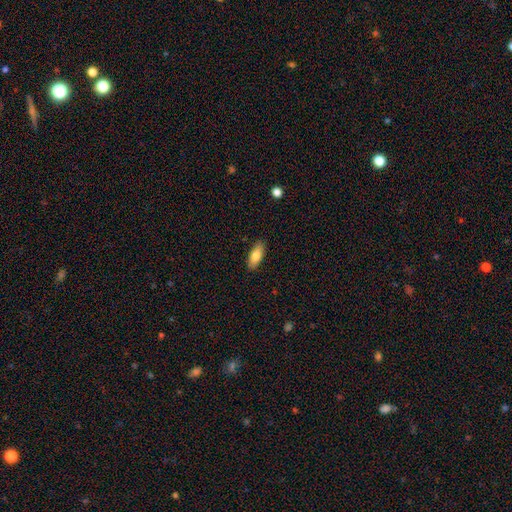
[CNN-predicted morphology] This appears to be a smooth galaxy with no disk features (79%) that is in between round and cigar-shaped (74%). Merging: none (88%).